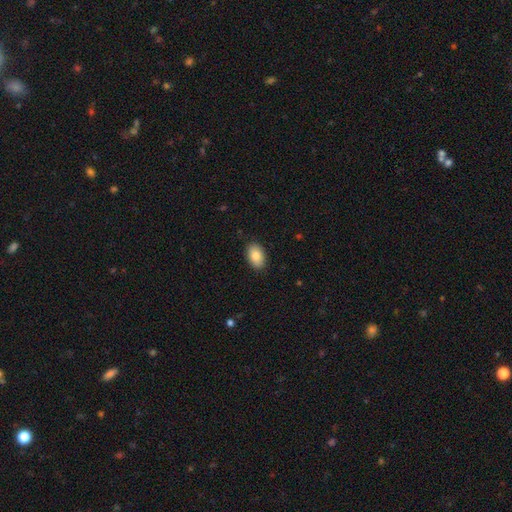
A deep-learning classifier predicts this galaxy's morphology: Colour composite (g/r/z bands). It shows a smooth galaxy with no disk features (84%) that is in between round and cigar-shaped (92%). Merging: none (88%).